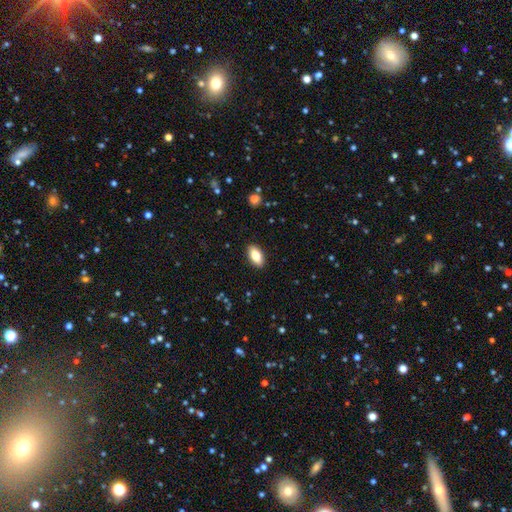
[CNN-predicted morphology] Smooth or featured? Predicted: smooth (p=0.80). How rounded? Predicted: in between (p=0.92). Merging? Predicted: none (p=0.90).